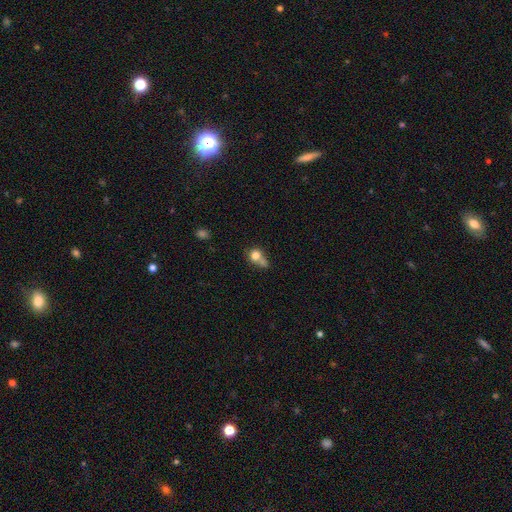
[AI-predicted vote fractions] This is likely a smooth galaxy (75%). How rounded: likely round (74%). Merging: possibly merger (47%).